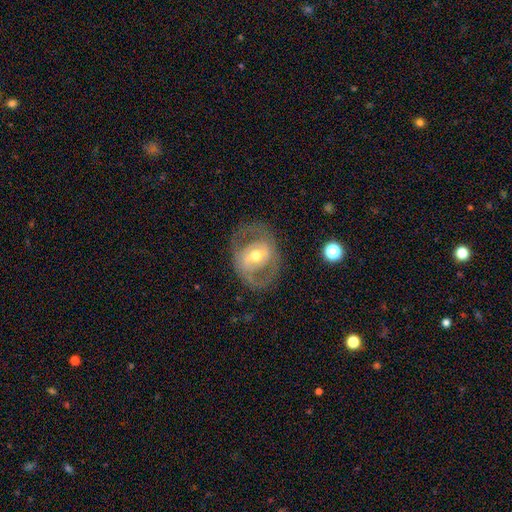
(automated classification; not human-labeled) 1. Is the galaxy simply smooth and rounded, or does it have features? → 70% featured or disk, 24% smooth, 6% star or artifact.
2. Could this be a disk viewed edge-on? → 95% no, 5% yes.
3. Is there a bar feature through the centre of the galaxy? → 38% weak (tied), 38% no (tied), 24% strong.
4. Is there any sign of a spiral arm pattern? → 50% yes (tied), 50% no (tied).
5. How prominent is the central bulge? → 71% moderate, 17% small, 10% large, 1% dominant, 1% none.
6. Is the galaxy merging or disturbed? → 69% none, 16% minor disturbance, 14% major disturbance, 1% merger.